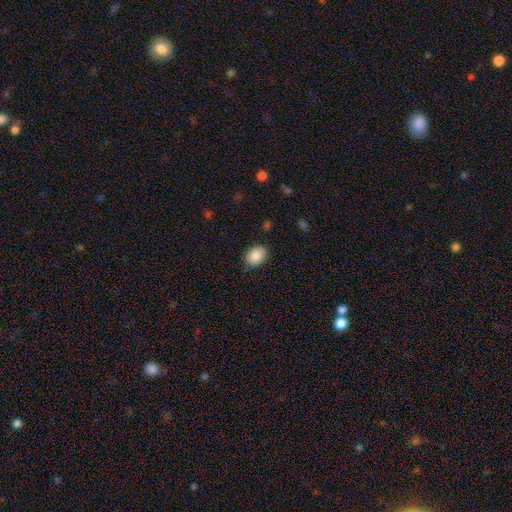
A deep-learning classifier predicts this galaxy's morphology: type=smooth (88%); roundness=in between (73%); merging=none (84%).